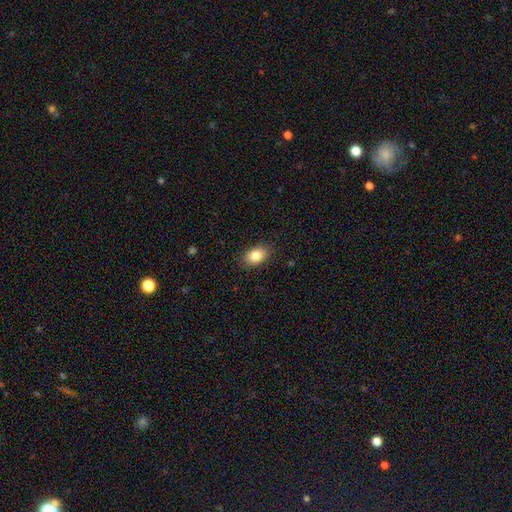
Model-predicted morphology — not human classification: Smooth or featured? Predicted: smooth (p=0.84). How rounded? Predicted: in between (p=0.84). Merging? Predicted: none (p=0.87).